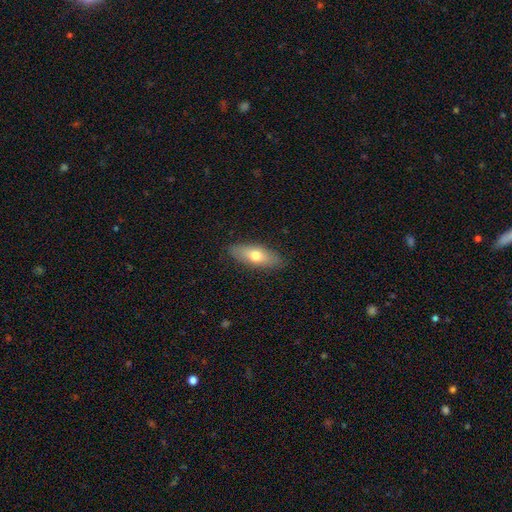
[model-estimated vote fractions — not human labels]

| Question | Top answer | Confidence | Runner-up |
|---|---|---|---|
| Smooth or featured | smooth | 67% | featured or disk (27%) |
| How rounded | in between | 67% | cigar-shaped (30%) |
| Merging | none | 87% | minor disturbance (10%) |